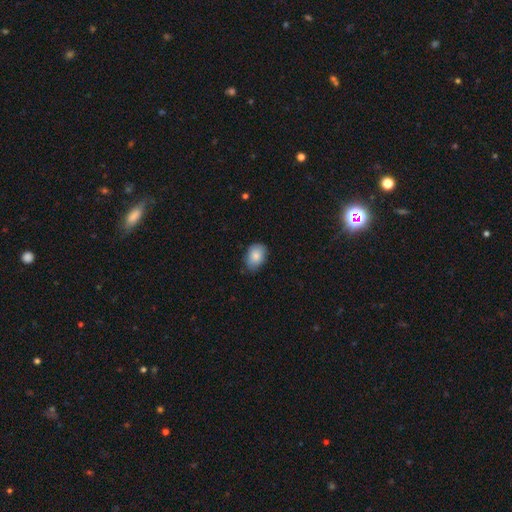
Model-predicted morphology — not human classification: Overall: smooth (85%). How rounded: in between (78%). Merging: none (72%).